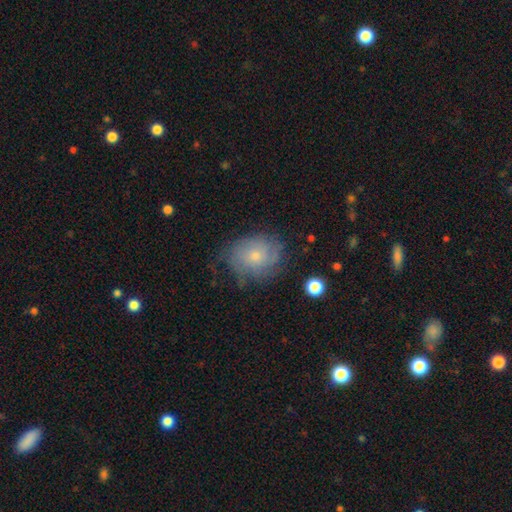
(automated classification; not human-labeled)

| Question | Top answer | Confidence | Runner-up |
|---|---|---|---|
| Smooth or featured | featured or disk | 45% | tied: smooth (45%) |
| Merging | none | 62% | minor disturbance (26%) |